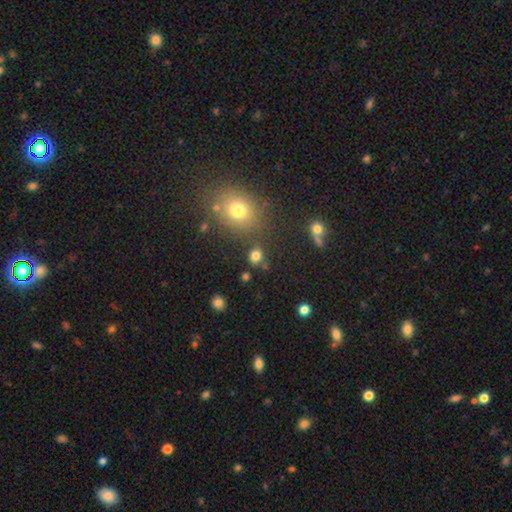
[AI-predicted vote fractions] smooth 79%, star or artifact 15%, featured or disk 6%. Down the decision tree: how rounded — round (61%); merging — none (75%).